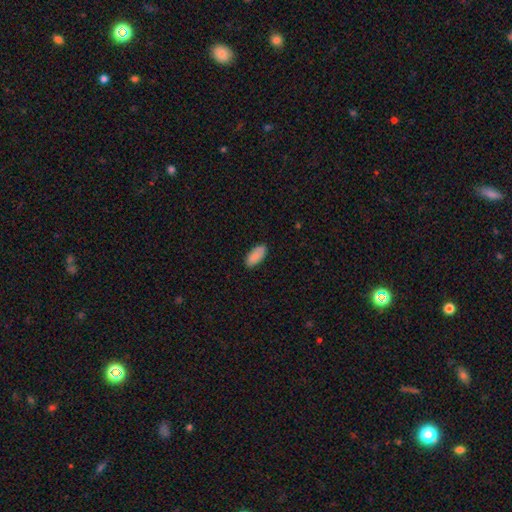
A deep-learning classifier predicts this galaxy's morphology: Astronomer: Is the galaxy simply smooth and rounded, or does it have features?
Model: smooth — 88%.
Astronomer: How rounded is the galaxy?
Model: in between — 91%.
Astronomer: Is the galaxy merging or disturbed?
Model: none — 86%.